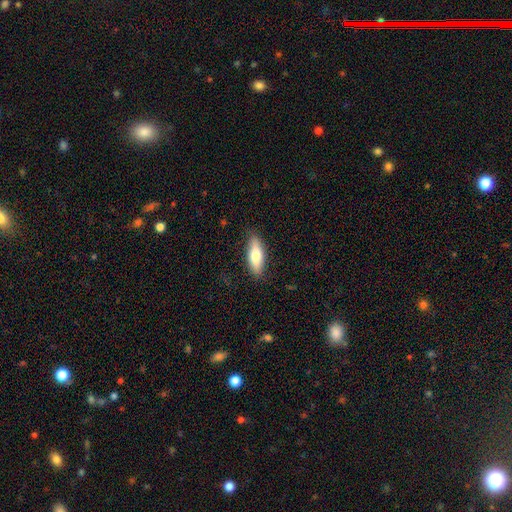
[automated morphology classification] Smooth or featured: smooth — 71% (featured or disk — 23%)
How rounded: in between — 62% (cigar-shaped — 36%)
Merging: none — 85% (minor disturbance — 12%)